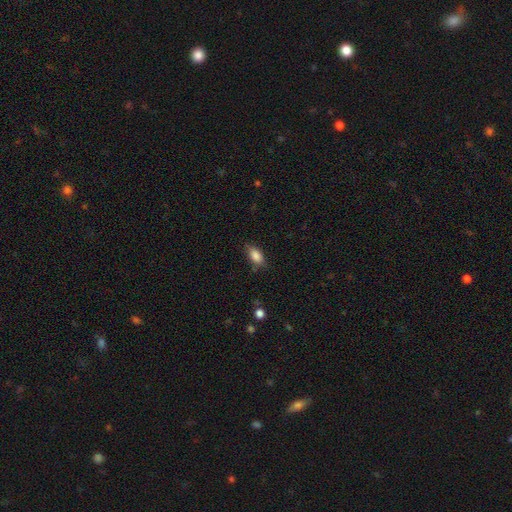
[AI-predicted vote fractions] This appears to be a smooth galaxy with no disk features (86%) that is in between round and cigar-shaped (88%). Merging: none (76%).